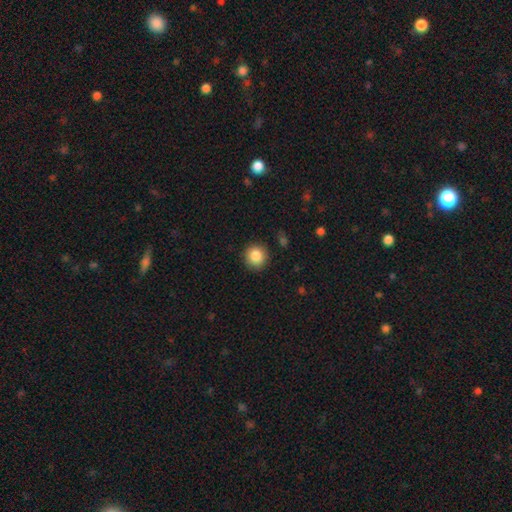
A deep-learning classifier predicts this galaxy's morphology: Q: Smooth or featured?
A: smooth (85%); runner-up: star or artifact (9%)
Q: How rounded?
A: round (93%); runner-up: in between (6%)
Q: Merging?
A: none (90%); runner-up: minor disturbance (7%)